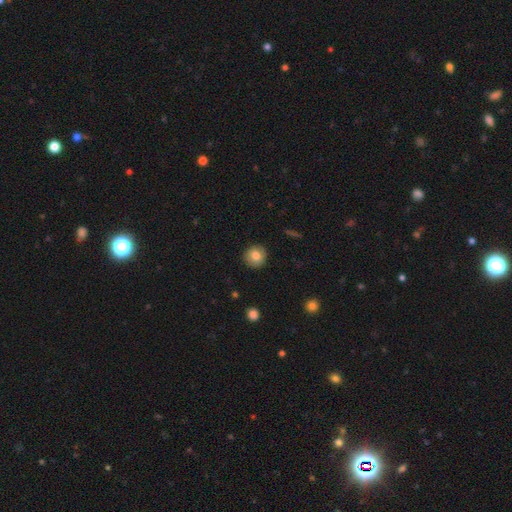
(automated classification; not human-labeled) The model was most divided on "smooth or featured": smooth: 80%, featured or disk: 11%, star or artifact: 9%. More confident: how rounded — round (92%); merging — none (91%).